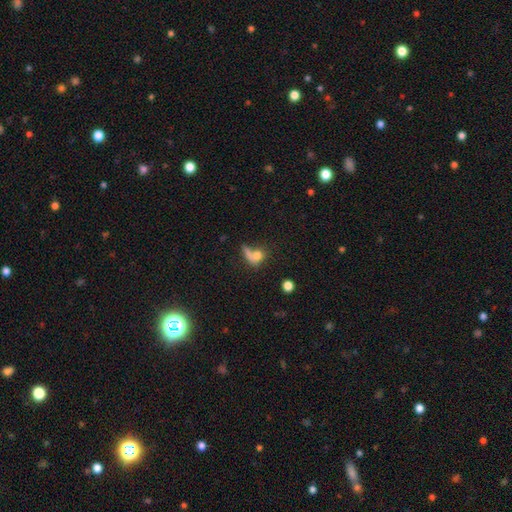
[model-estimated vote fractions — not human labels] Smooth or featured: smooth — 68% (featured or disk — 19%)
How rounded: round — 55% (in between — 36%)
Merging: none — 36% (merger — 32%)